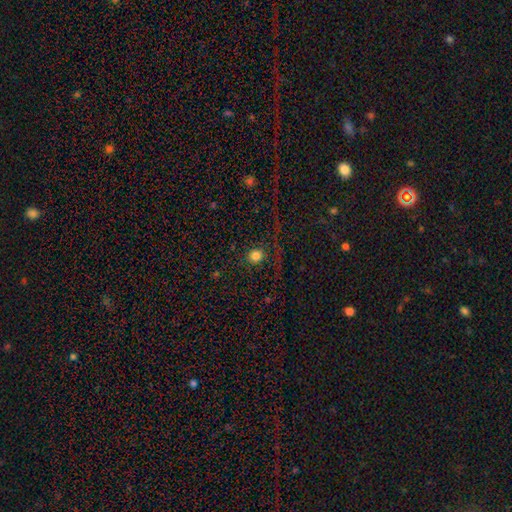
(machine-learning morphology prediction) Q: Smooth or featured?
A: smooth (76%); runner-up: star or artifact (17%)
Q: How rounded?
A: round (91%); runner-up: in between (8%)
Q: Merging?
A: none (80%); runner-up: minor disturbance (9%)